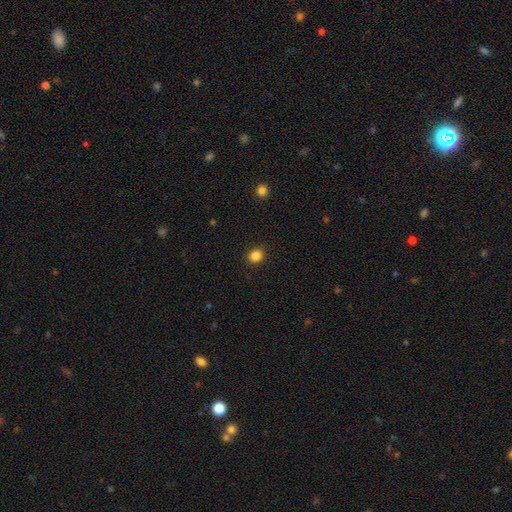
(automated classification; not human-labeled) A smooth galaxy with no disk features (86%) that is round (71%).

Vote fractions:
- Smooth or featured? smooth: 86% / star or artifact: 11% / featured or disk: 4%
- How rounded? round: 71% / in between: 28% / cigar-shaped: 1%
- Merging? none: 91% / minor disturbance: 6% / major disturbance: 2% / merger: 1%